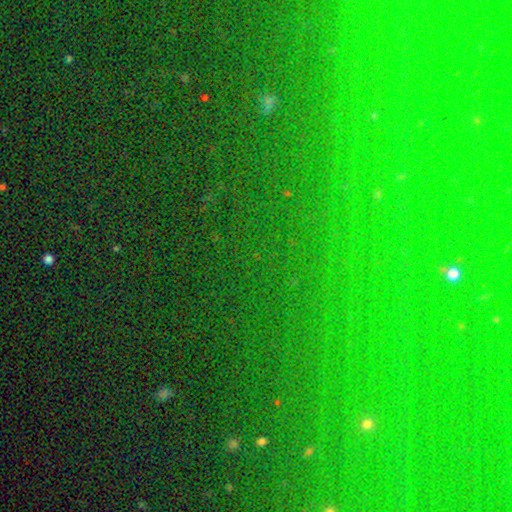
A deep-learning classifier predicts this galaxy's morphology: Smooth or featured? Predicted: star or artifact (p=0.81).